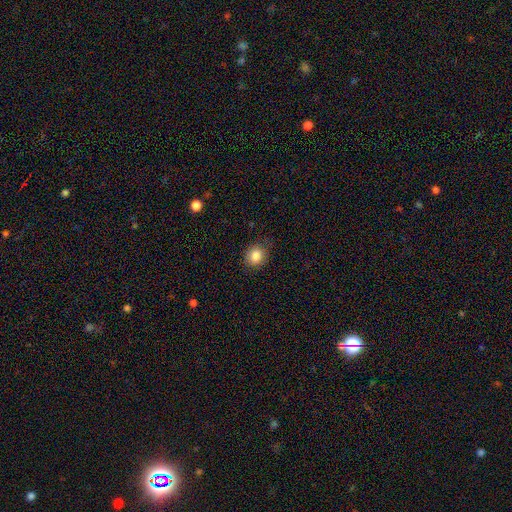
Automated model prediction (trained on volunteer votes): smooth_or_featured: smooth (p=0.85) [alt: star or artifact p=0.09]
how_rounded: round (p=0.66) [alt: in between p=0.34]
merging: none (p=0.82) [alt: minor disturbance p=0.14]